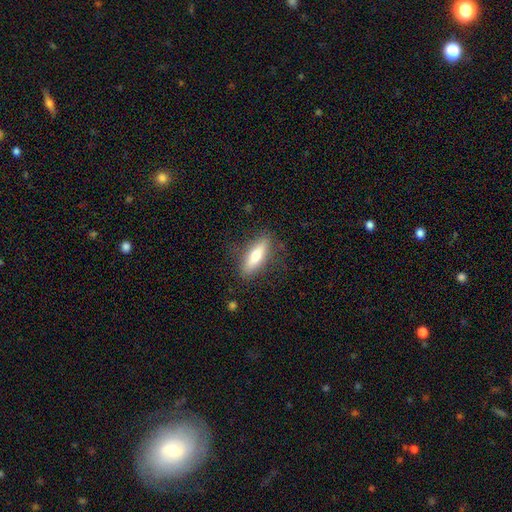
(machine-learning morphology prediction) smooth-or-featured: smooth: 64% | featured or disk: 30% | star or artifact: 6%
  how-rounded: cigar-shaped: 53% | in between: 45% | round: 2%
  merging: none: 83% | minor disturbance: 13% | major disturbance: 4% | merger: 1%